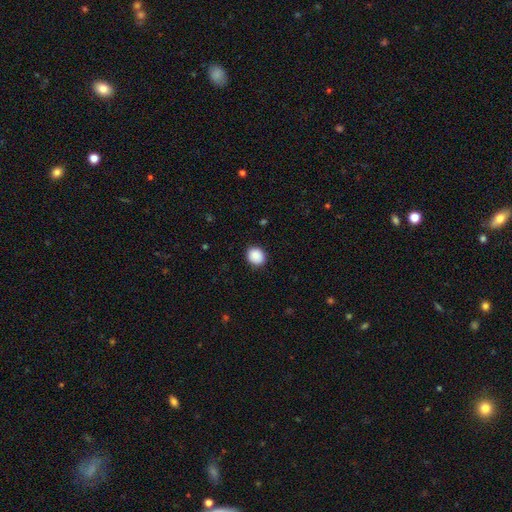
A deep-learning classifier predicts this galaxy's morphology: Smooth or featured? Predicted: smooth (p=0.88). How rounded? Predicted: round (p=0.69). Merging? Predicted: none (p=0.89).